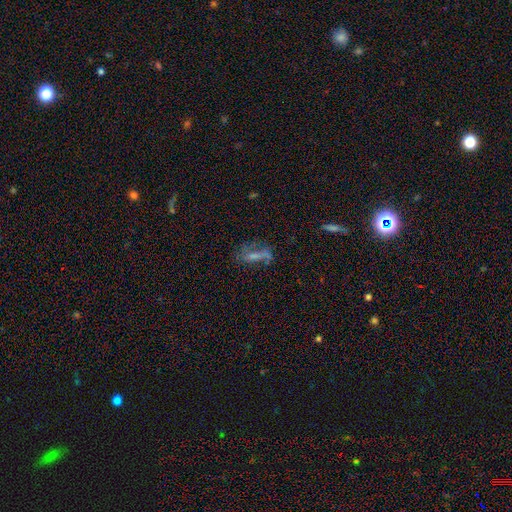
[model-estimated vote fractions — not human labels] A featured or disk galaxy (44%). Merging: none (41%).